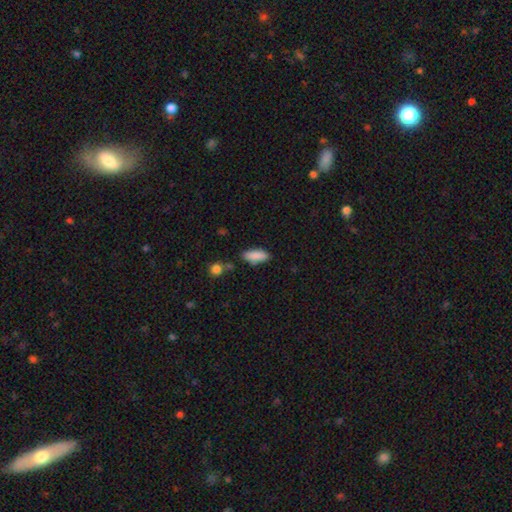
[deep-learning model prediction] Q: Smooth or featured?
A: smooth (88%); runner-up: star or artifact (7%)
Q: How rounded?
A: in between (72%); runner-up: cigar-shaped (26%)
Q: Merging?
A: none (75%); runner-up: minor disturbance (16%)